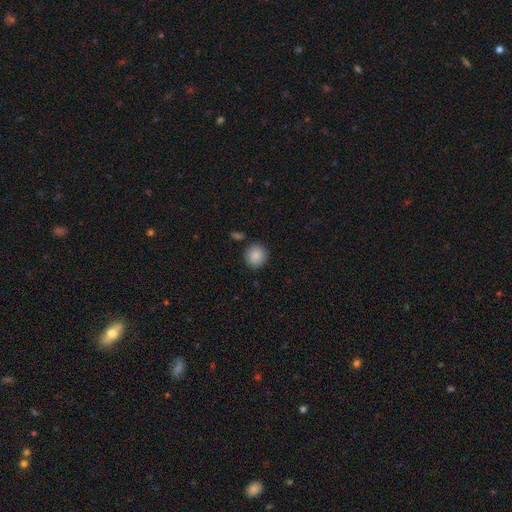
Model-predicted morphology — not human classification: This appears to be a smooth galaxy with no disk features (88%) that is round (89%). Merging: none (87%).